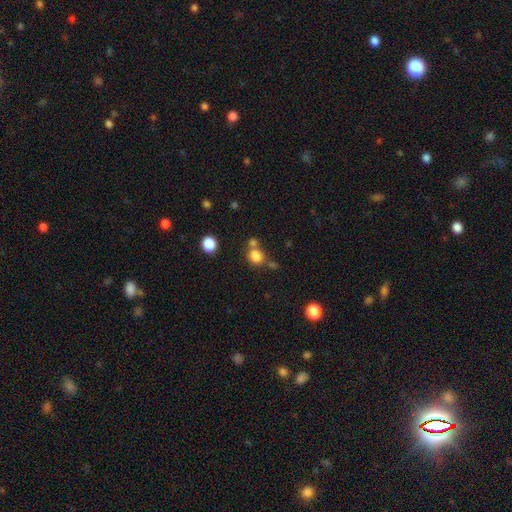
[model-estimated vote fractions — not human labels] Q: Smooth or featured?
A: smooth (81%); runner-up: star or artifact (13%)
Q: How rounded?
A: round (74%); runner-up: in between (25%)
Q: Merging?
A: none (55%); runner-up: merger (29%)